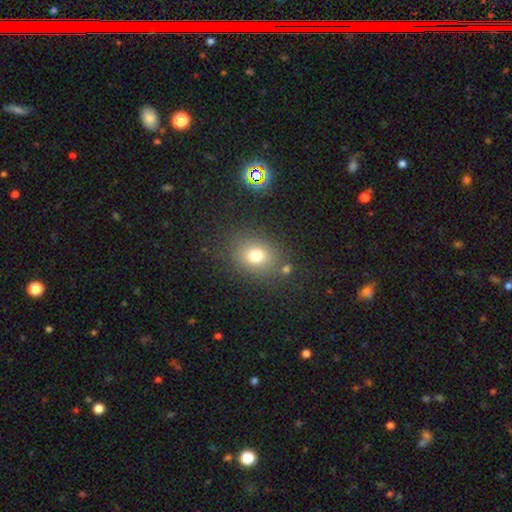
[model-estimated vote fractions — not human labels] A smooth galaxy with no disk features (75%) that is round (51%).

Vote fractions:
- Smooth or featured? smooth: 75% / star or artifact: 15% / featured or disk: 10%
- How rounded? round: 51% / in between: 48% / cigar-shaped: 1%
- Merging? none: 79% / minor disturbance: 12% / merger: 5% / major disturbance: 5%